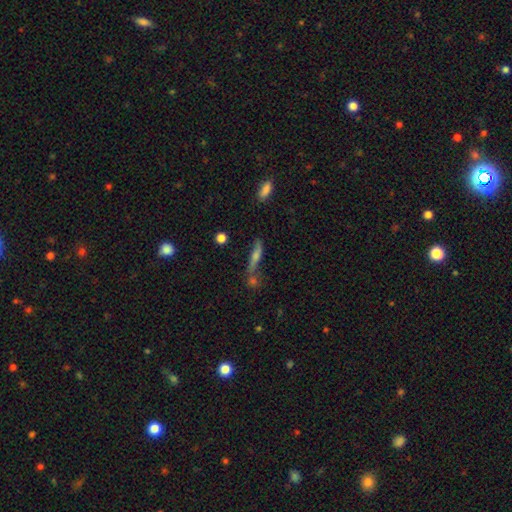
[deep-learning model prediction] This is possibly a featured or disk galaxy (50%). Merging: possibly none (58%).